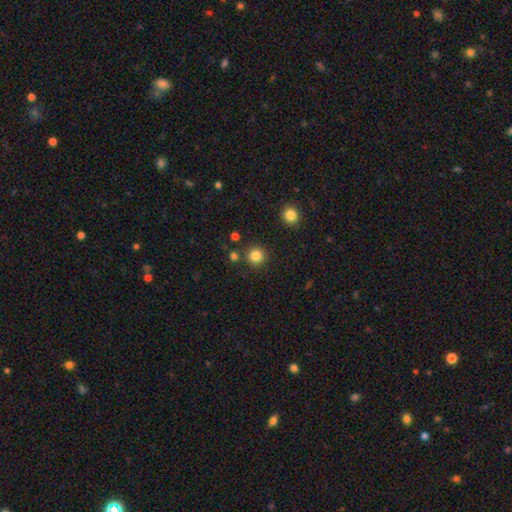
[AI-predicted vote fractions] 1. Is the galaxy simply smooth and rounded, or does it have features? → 84% smooth, 12% star or artifact, 4% featured or disk.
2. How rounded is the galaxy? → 94% round, 5% in between, 1% cigar-shaped.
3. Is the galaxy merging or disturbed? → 87% none, 6% minor disturbance, 4% merger, 3% major disturbance.